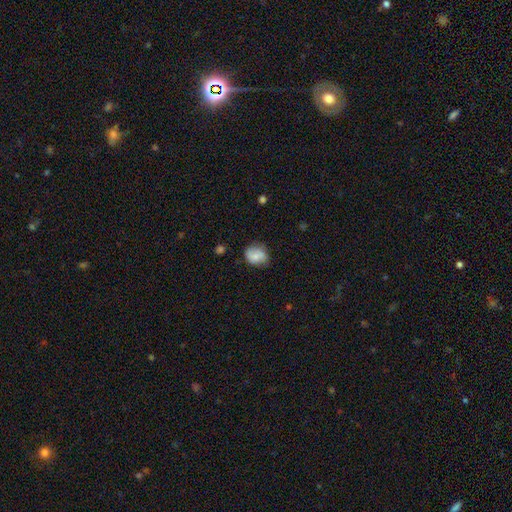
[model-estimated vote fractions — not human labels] Smooth or featured? smooth (69%)
How rounded? round (58%)
Merging? none (61%)